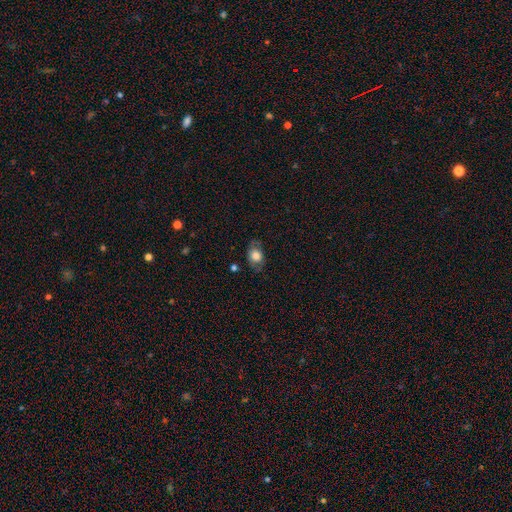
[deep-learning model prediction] smooth 67%, featured or disk 25%, star or artifact 8%. Down the decision tree: how rounded — in between (70%); merging — none (72%).